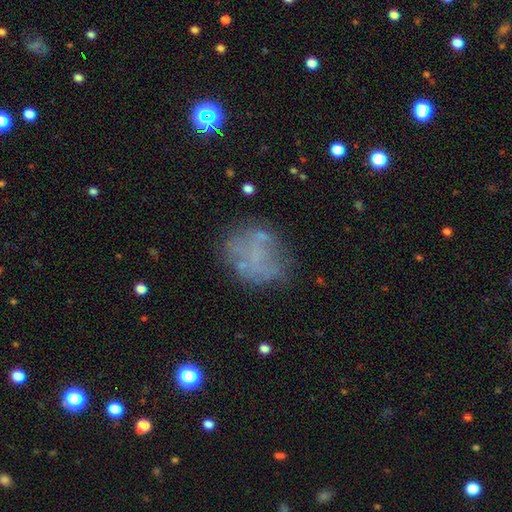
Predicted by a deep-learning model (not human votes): A smooth galaxy with no disk features (40%, tied with featured or disk).

Vote fractions:
- Smooth or featured? smooth: 40% (tied) / featured or disk: 40% (tied) / star or artifact: 20%
- Merging? none: 61% / minor disturbance: 19% / major disturbance: 15% / merger: 5%